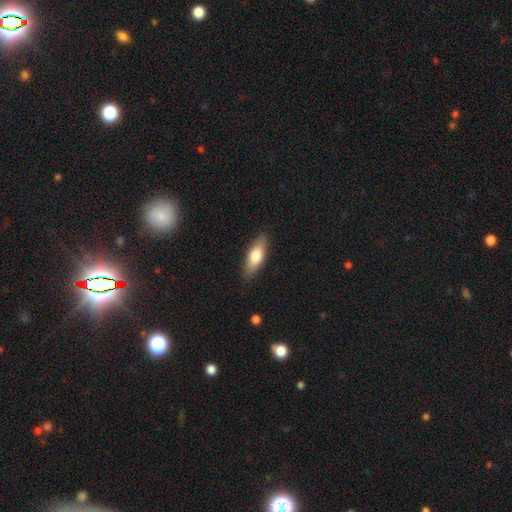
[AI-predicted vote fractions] Morphology: type=smooth (73%); roundness=in between (62%); merging=none (87%).